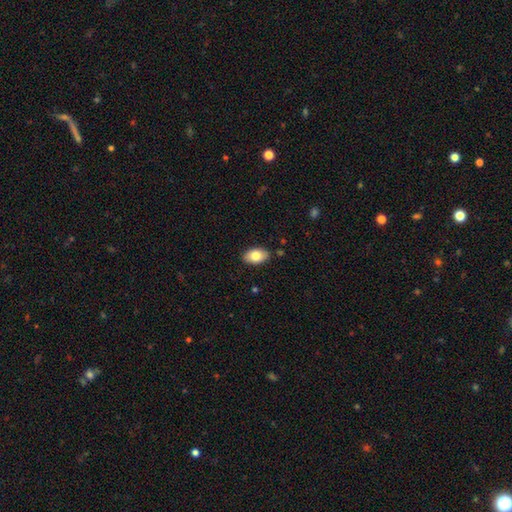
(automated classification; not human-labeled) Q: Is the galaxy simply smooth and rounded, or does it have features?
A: smooth — 81%.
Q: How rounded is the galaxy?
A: in between — 92%.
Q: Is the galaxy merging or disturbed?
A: none — 87%.